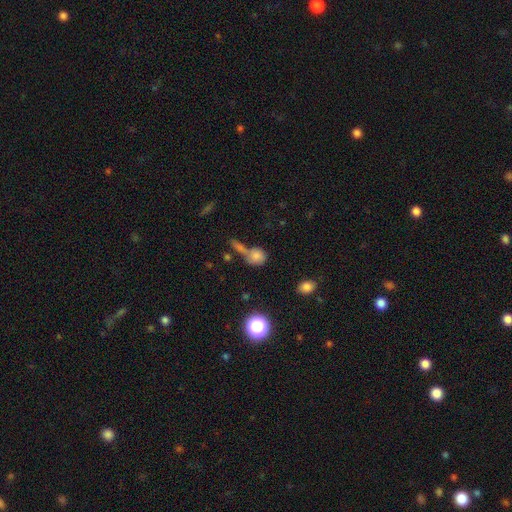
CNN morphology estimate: Smooth or featured? Predicted: smooth (p=0.77). How rounded? Predicted: round (p=0.75). Merging? Predicted: merger (p=0.43).